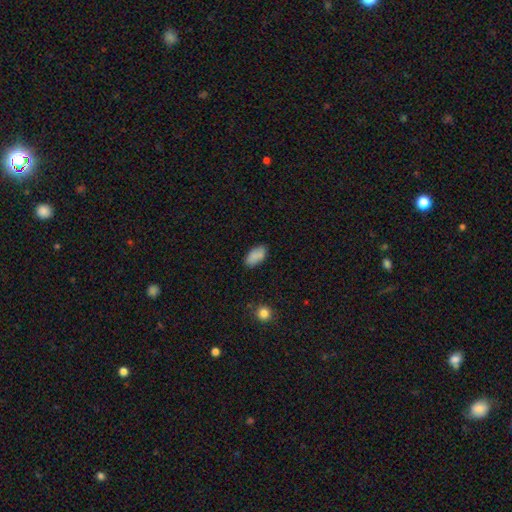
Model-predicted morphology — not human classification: smooth-or-featured: smooth: 83% | featured or disk: 9% | star or artifact: 8%
  how-rounded: in between: 93% | cigar-shaped: 4% | round: 3%
  merging: none: 77% | minor disturbance: 16% | merger: 4% | major disturbance: 3%